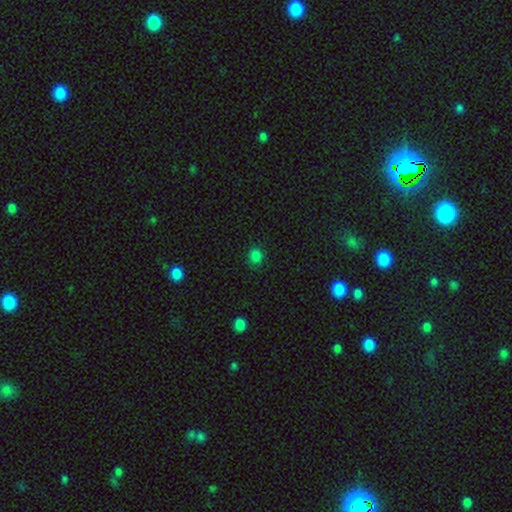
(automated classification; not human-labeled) The model was most divided on "how rounded": round: 69%, in between: 30%, cigar-shaped: 1%. More confident: merging — none (87%); smooth or featured — smooth (80%).